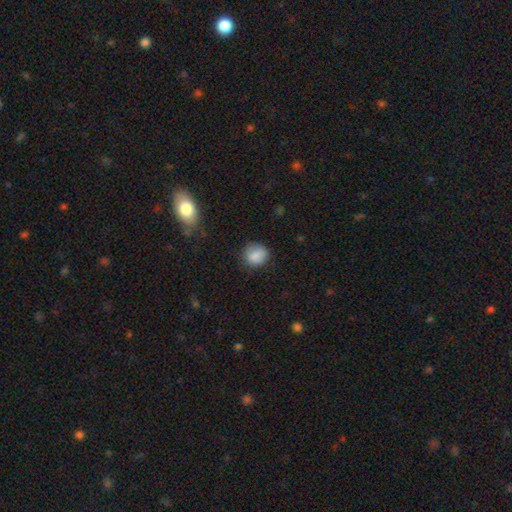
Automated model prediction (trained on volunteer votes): Smooth or featured?
  - smooth: 86% *
  - star or artifact: 9%
  - featured or disk: 5%
How rounded?
  - round: 79% *
  - in between: 20%
  - cigar-shaped: 1%
Merging?
  - none: 78% *
  - minor disturbance: 17%
  - major disturbance: 4%
  - merger: 1%